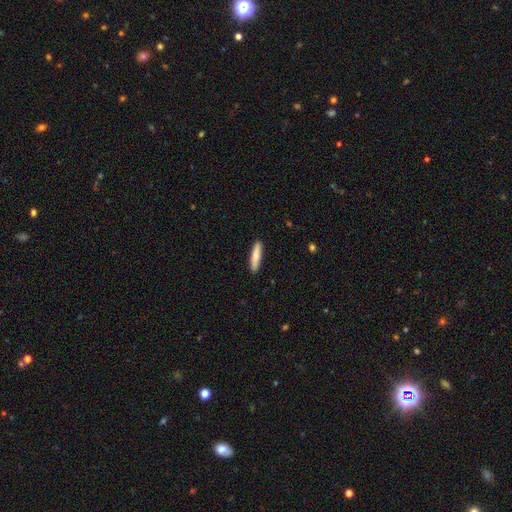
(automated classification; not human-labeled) This appears to be a smooth galaxy with no disk features (76%) that is cigar-shaped (82%). Merging: none (90%).